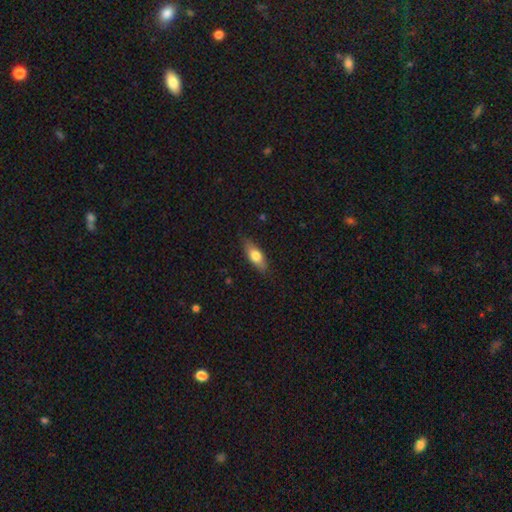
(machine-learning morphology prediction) smooth-or-featured: smooth: 71% | featured or disk: 23% | star or artifact: 6%
  how-rounded: in between: 73% | cigar-shaped: 24% | round: 3%
  merging: none: 84% | minor disturbance: 13% | major disturbance: 2% | merger: 1%